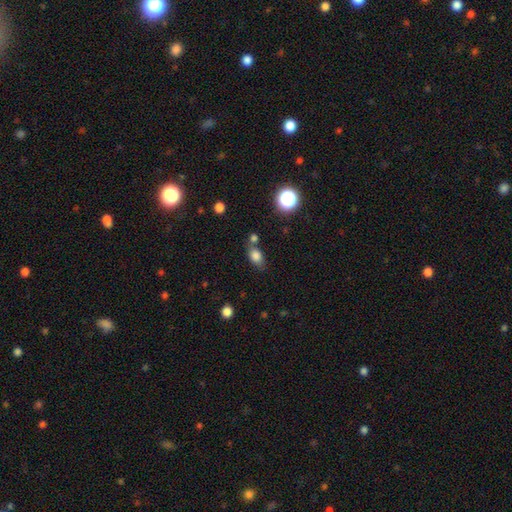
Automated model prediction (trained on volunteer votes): Smooth or featured? smooth (80%)
How rounded? in between (74%)
Merging? none (60%)